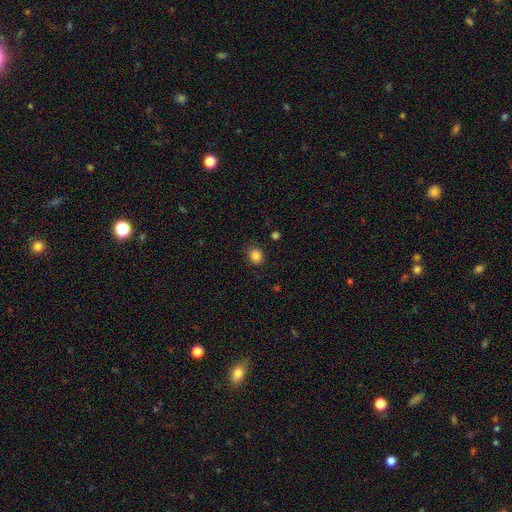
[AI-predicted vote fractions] This is clearly a smooth galaxy (85%). How rounded: likely round (68%). Merging: clearly none (85%).